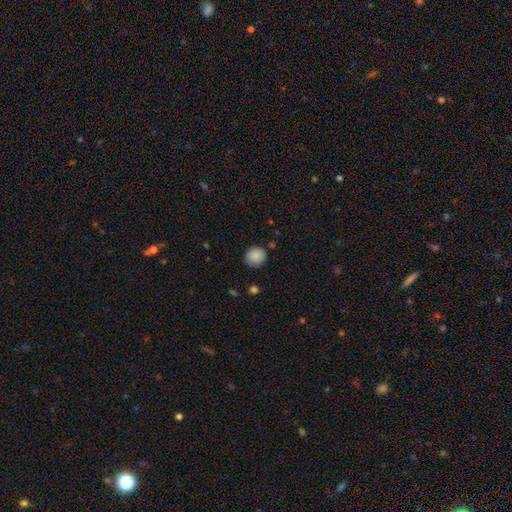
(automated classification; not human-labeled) Overall: smooth (88%). How rounded: round (88%). Merging: none (81%).